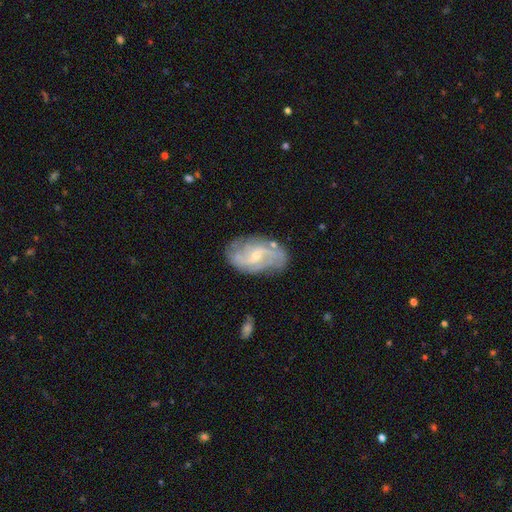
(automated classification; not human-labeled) Morphology: type=featured or disk (81%); edge-on=no (97%); bar=weak (53%); spiral arms=yes (93%); winding=medium (43%); arm count=2 (56%); bulge=small (70%); merging=none (71%).